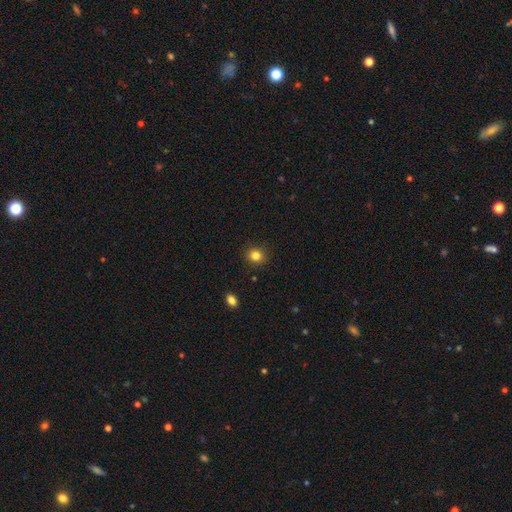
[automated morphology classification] The model was most divided on "how rounded": round: 80%, in between: 19%, cigar-shaped: 1%. More confident: merging — none (90%); smooth or featured — smooth (83%).